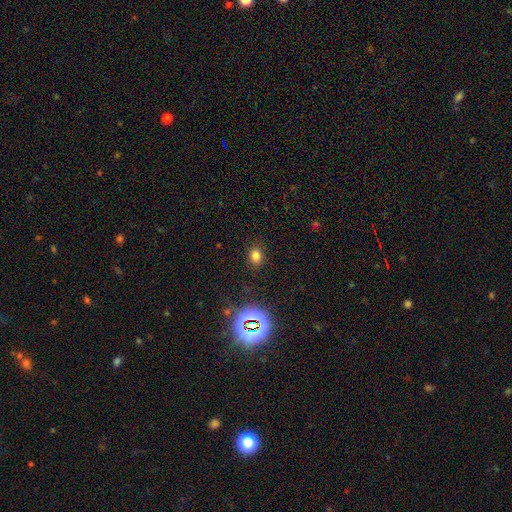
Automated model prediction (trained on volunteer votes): Morphology: type=smooth (74%); roundness=in between (50%); merging=none (86%).